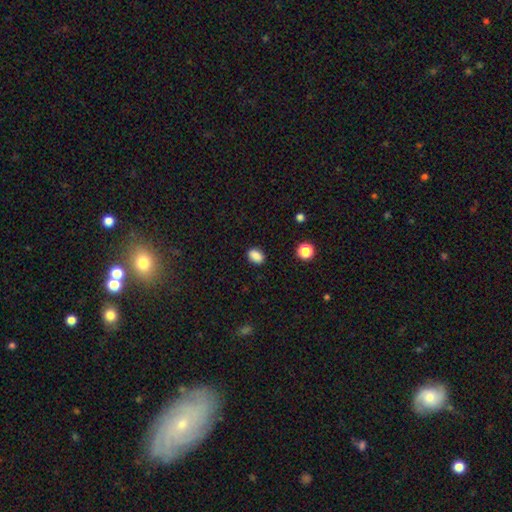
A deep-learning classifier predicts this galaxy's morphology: This is clearly a smooth galaxy (86%). How rounded: likely in between (77%). Merging: clearly none (87%).